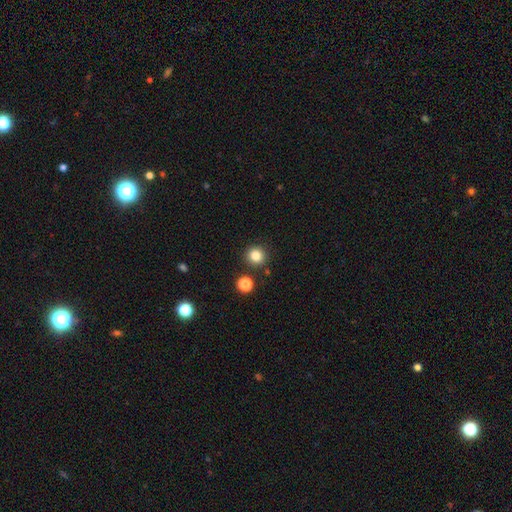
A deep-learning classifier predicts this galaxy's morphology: type=smooth (83%); roundness=round (91%); merging=none (87%).